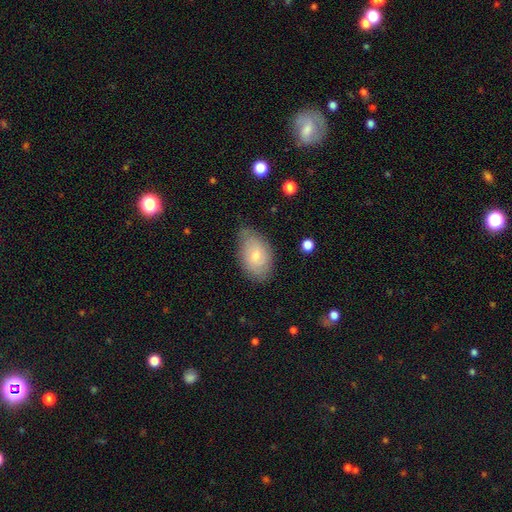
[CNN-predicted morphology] Smooth or featured: smooth — 64% (featured or disk — 29%)
How rounded: in between — 90% (round — 9%)
Merging: none — 67% (minor disturbance — 26%)